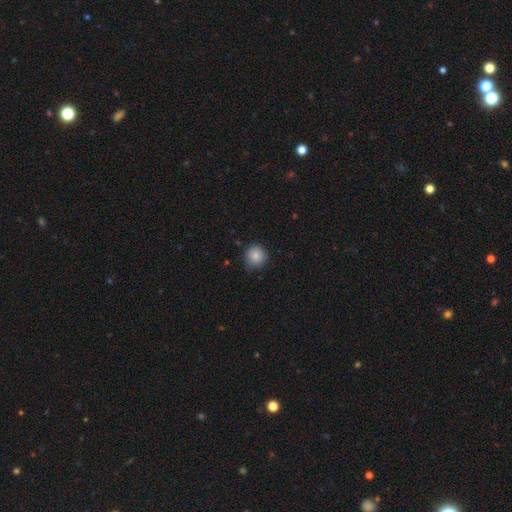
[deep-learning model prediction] Overall: smooth (85%). How rounded: round (94%). Merging: none (80%).